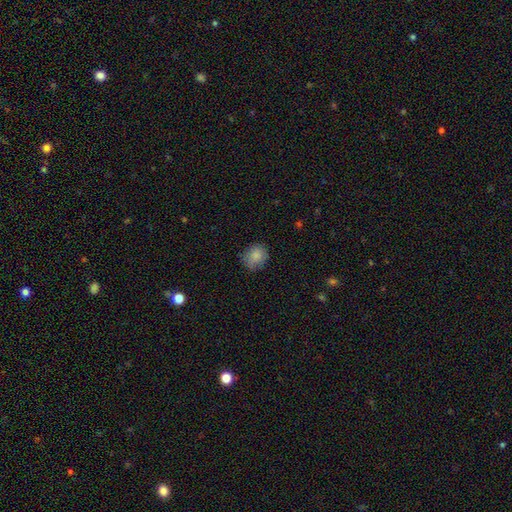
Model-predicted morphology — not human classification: smooth-or-featured: smooth: 84% | star or artifact: 9% | featured or disk: 7%
  how-rounded: round: 70% | in between: 29% | cigar-shaped: 1%
  merging: none: 75% | minor disturbance: 19% | major disturbance: 4% | merger: 1%